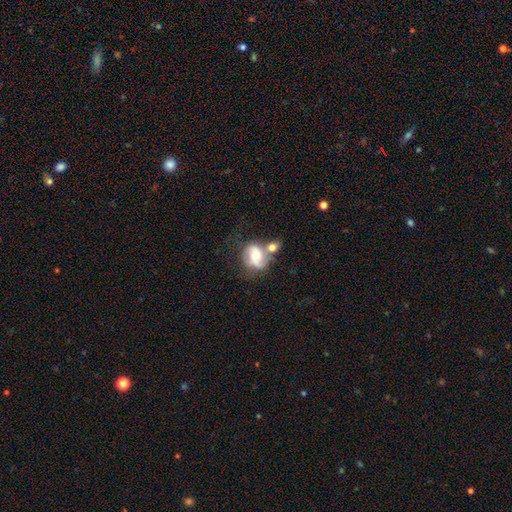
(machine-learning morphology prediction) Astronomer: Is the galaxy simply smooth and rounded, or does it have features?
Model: featured or disk — 46%, tied with smooth at 46%.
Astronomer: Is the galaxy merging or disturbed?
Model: merger — 41% (runner-up: none, 32%).